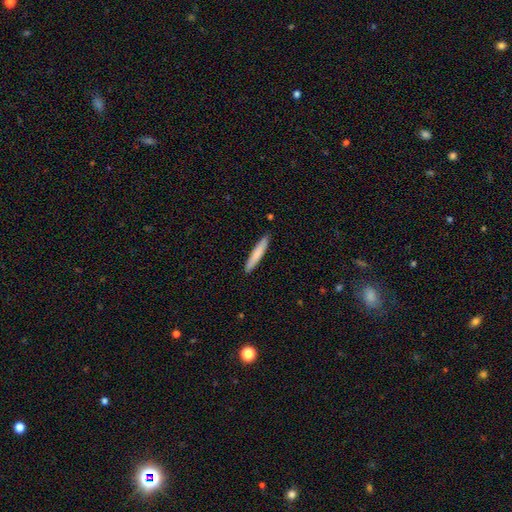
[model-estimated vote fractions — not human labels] smooth-or-featured: smooth: 75% | featured or disk: 19% | star or artifact: 6%
  how-rounded: cigar-shaped: 94% | in between: 5% | round: 1%
  merging: none: 91% | minor disturbance: 7% | major disturbance: 1% | merger: 1%